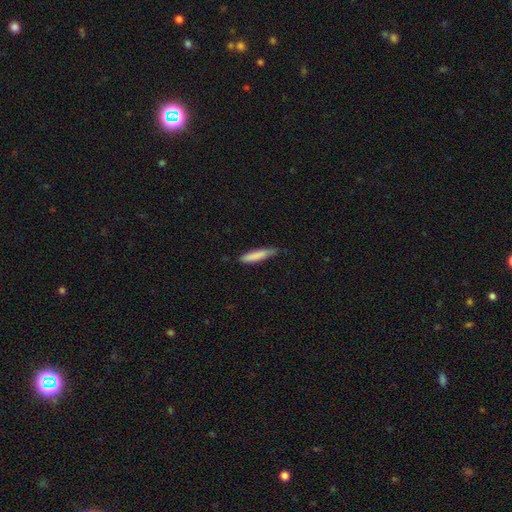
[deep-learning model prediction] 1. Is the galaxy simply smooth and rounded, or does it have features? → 82% smooth, 12% featured or disk, 6% star or artifact.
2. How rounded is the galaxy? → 86% cigar-shaped, 13% in between, 1% round.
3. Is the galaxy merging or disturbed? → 66% none, 28% minor disturbance, 4% major disturbance, 2% merger.